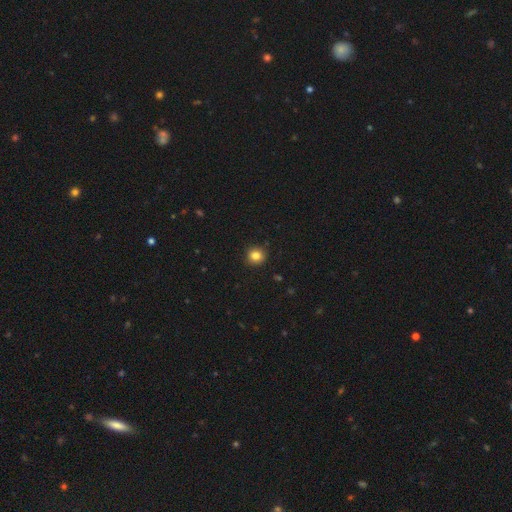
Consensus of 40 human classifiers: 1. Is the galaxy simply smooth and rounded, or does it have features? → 85% smooth, 10% star or artifact, 5% featured or disk.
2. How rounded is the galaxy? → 100% round, 0% in between, 0% cigar-shaped.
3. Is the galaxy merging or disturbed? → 94% none, 6% minor disturbance, 0% major disturbance, 0% merger.